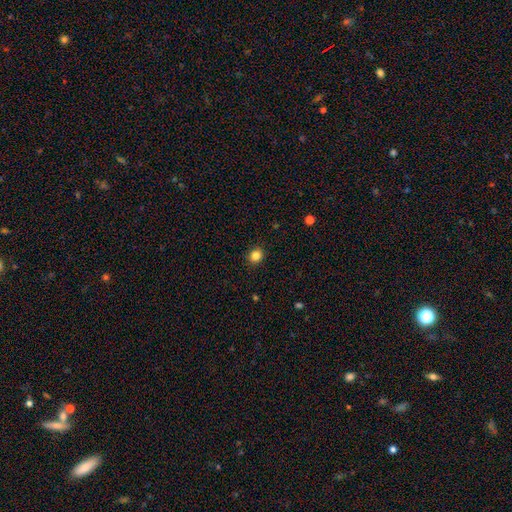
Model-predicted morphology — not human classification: Smooth or featured: smooth — 84% (star or artifact — 11%)
How rounded: round — 76% (in between — 23%)
Merging: none — 91% (minor disturbance — 6%)